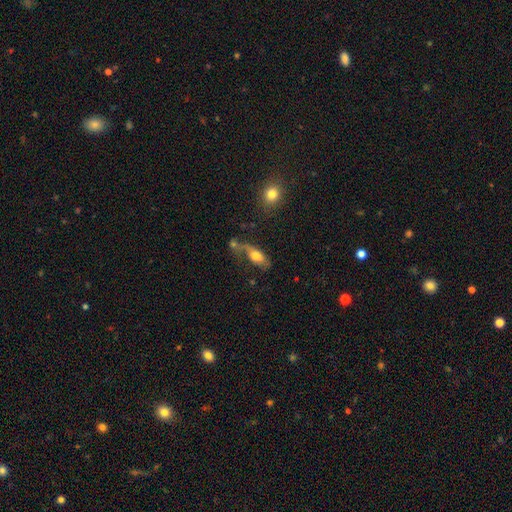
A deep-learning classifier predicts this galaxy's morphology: Q: Smooth or featured?
A: smooth (62%); runner-up: featured or disk (29%)
Q: How rounded?
A: in between (79%); runner-up: cigar-shaped (15%)
Q: Merging?
A: none (34%); runner-up: major disturbance (24%)